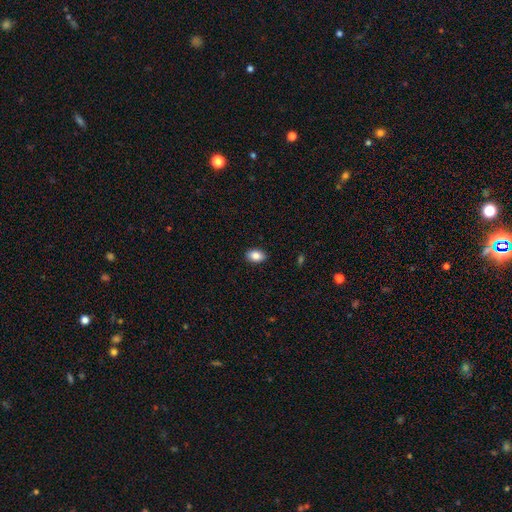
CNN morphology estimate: smooth 86%, star or artifact 8%, featured or disk 6%. Down the decision tree: how rounded — in between (87%); merging — none (89%).